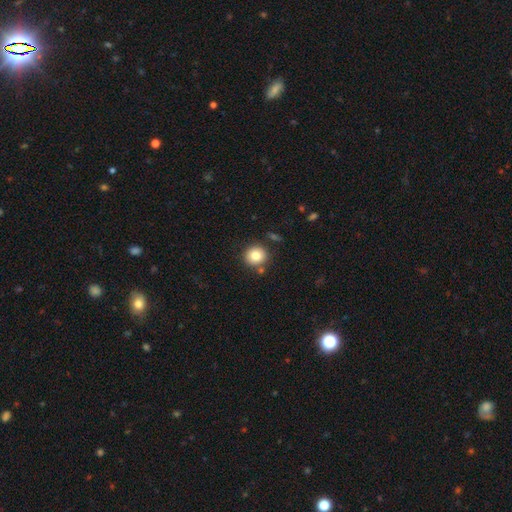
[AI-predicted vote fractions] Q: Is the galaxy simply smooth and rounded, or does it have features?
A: smooth — 81%.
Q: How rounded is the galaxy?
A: round — 90%.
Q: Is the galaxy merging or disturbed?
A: none — 82%.